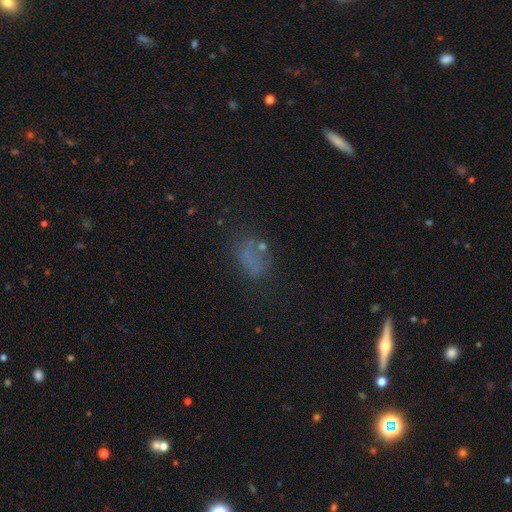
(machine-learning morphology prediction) The model was most divided on "smooth or featured": smooth: 58%, star or artifact: 22%, featured or disk: 21%. More confident: how rounded — in between (77%); merging — none (60%).